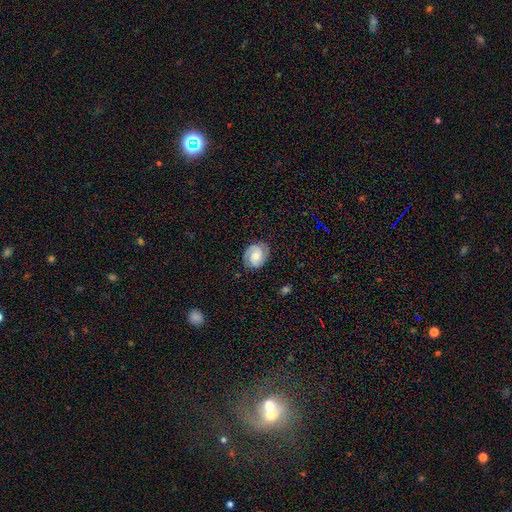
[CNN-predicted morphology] Smooth or featured: featured or disk — 70% (smooth — 22%)
Edge-on disk: no — 98% (yes — 2%)
Bar: no — 56% (weak — 35%)
Spiral arms: yes — 95% (no — 5%)
Spiral winding: tight — 58% (medium — 34%)
Spiral arm count: 2 — 85% (can't tell — 7%)
Bulge size: moderate — 38% (small — 27%)
Merging: none — 80% (minor disturbance — 15%)